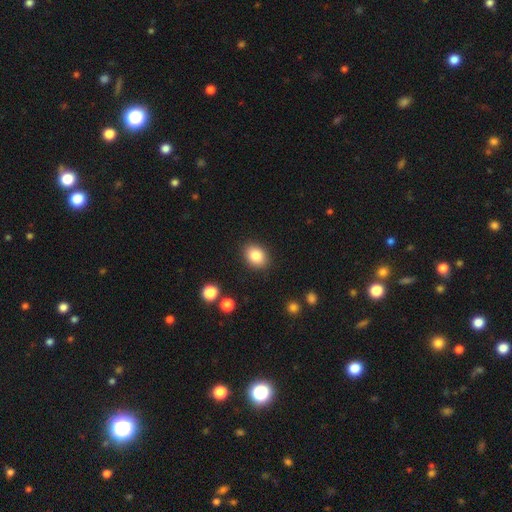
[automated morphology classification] Smooth or featured: smooth — 84% (star or artifact — 9%)
How rounded: in between — 62% (round — 37%)
Merging: none — 88% (minor disturbance — 8%)